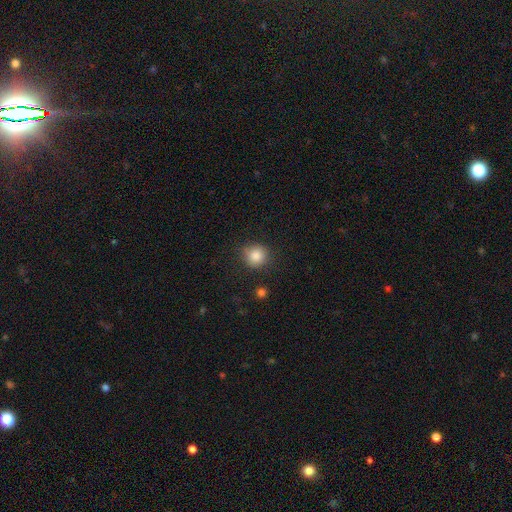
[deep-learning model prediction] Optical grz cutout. It shows a smooth galaxy with no disk features (86%) that is round (90%). Merging: none (83%).